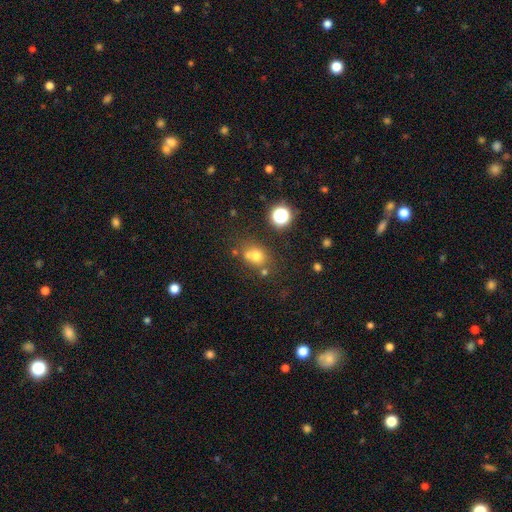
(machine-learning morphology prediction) A smooth galaxy with no disk features (67%) that is round (69%).

Vote fractions:
- Smooth or featured? smooth: 67% / star or artifact: 19% / featured or disk: 14%
- How rounded? round: 69% / in between: 29% / cigar-shaped: 1%
- Merging? none: 53% / merger: 29% / minor disturbance: 12% / major disturbance: 6%